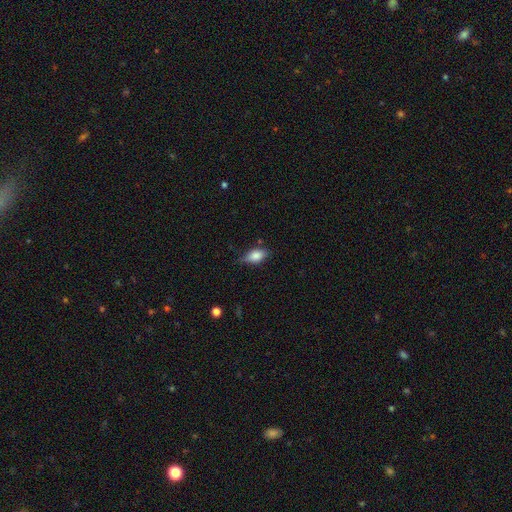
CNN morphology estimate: Smooth or featured? Predicted: smooth (p=0.78). How rounded? Predicted: in between (p=0.86). Merging? Predicted: none (p=0.68).